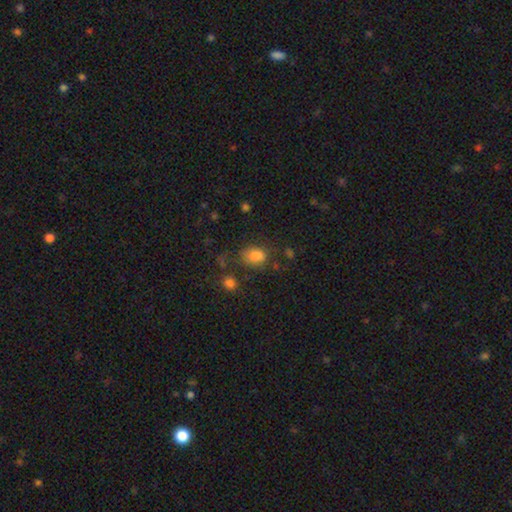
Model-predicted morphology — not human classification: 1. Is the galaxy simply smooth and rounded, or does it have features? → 80% smooth, 13% star or artifact, 7% featured or disk.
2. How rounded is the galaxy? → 71% in between, 28% round, 1% cigar-shaped.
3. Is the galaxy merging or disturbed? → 56% none, 22% minor disturbance, 12% major disturbance, 9% merger.